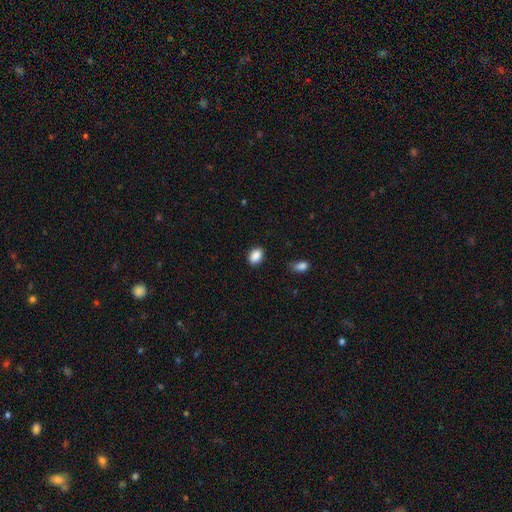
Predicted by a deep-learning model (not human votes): This appears to be a smooth galaxy with no disk features (89%) that is in between round and cigar-shaped (80%). Merging: none (85%).